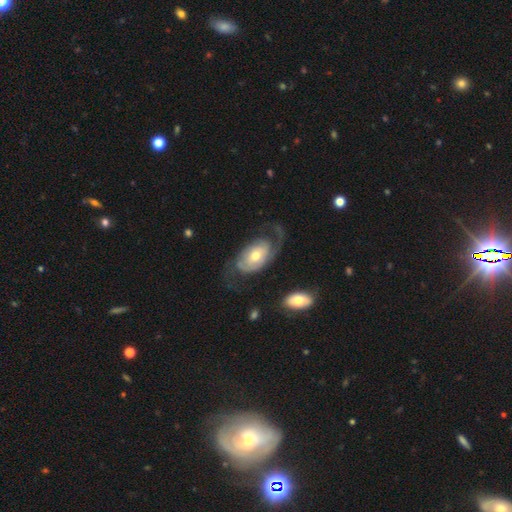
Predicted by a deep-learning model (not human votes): The model was most divided on "spiral winding": loose: 36%, medium: 34%, tight: 30%. Remaining: edge-on disk — no (94%); spiral arms — yes (86%); smooth or featured — featured or disk (72%); bar — no (70%); bulge size — moderate (59%); spiral arm count — 2 (53%); merging — none (44%).